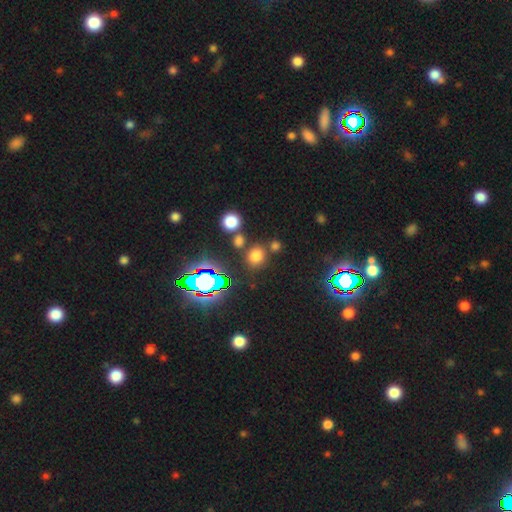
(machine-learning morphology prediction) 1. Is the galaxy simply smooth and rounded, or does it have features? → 65% smooth, 29% star or artifact, 6% featured or disk.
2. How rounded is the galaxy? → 81% round, 17% in between, 1% cigar-shaped.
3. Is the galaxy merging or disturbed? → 77% none, 10% merger, 9% minor disturbance, 4% major disturbance.